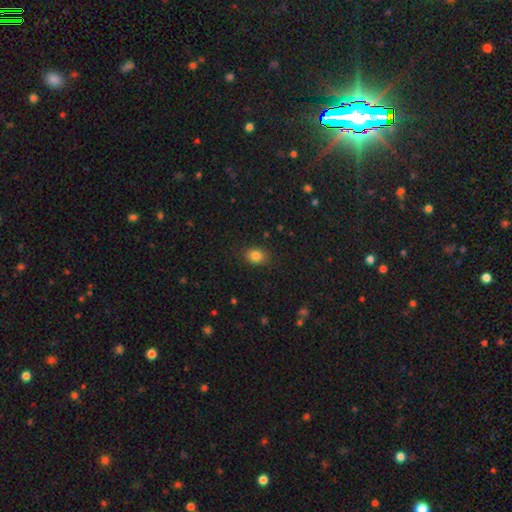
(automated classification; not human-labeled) Q: Smooth or featured?
A: smooth (84%); runner-up: star or artifact (11%)
Q: How rounded?
A: in between (57%); runner-up: round (42%)
Q: Merging?
A: none (86%); runner-up: minor disturbance (10%)